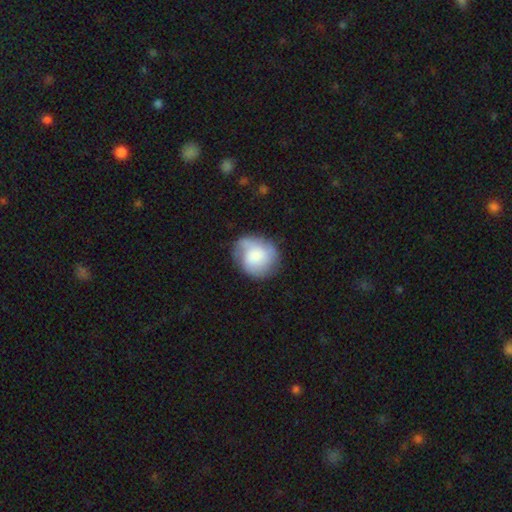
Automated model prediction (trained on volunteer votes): Smooth or featured: smooth — 58% (featured or disk — 35%)
How rounded: round — 75% (in between — 24%)
Merging: none — 60% (minor disturbance — 25%)